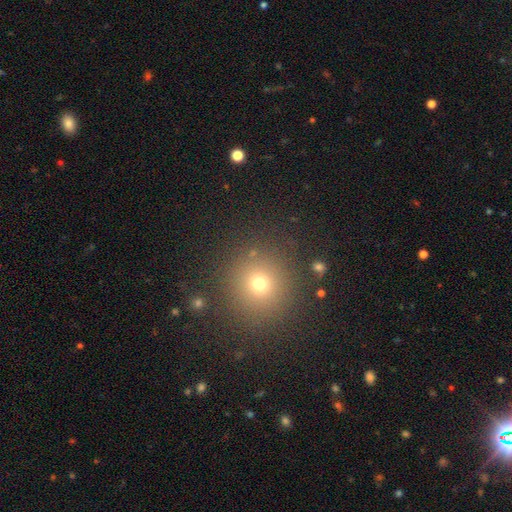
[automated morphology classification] Smooth or featured? smooth (63%)
How rounded? round (95%)
Merging? none (91%)